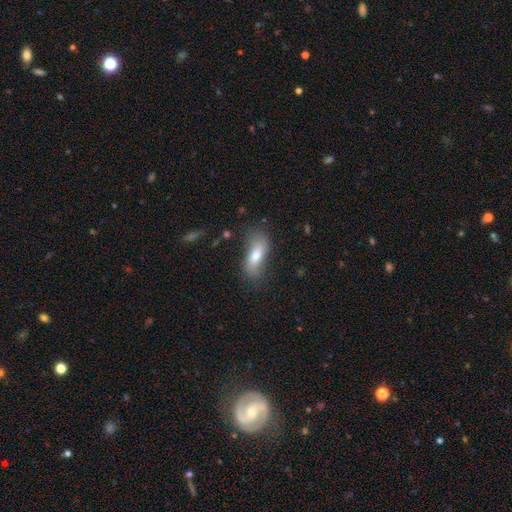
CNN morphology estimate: The model was most divided on "merging": none: 66%, minor disturbance: 23%, major disturbance: 9%, merger: 2%. More confident: how rounded — in between (74%); smooth or featured — smooth (68%).